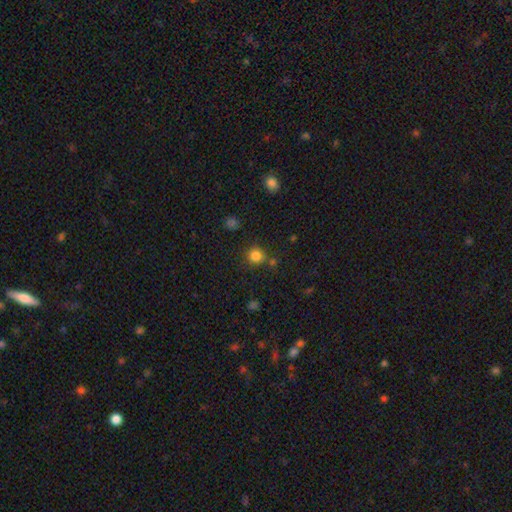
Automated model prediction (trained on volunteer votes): smooth_or_featured: smooth (p=0.82) [alt: star or artifact p=0.13]
how_rounded: round (p=0.90) [alt: in between p=0.09]
merging: none (p=0.77) [alt: minor disturbance p=0.10]